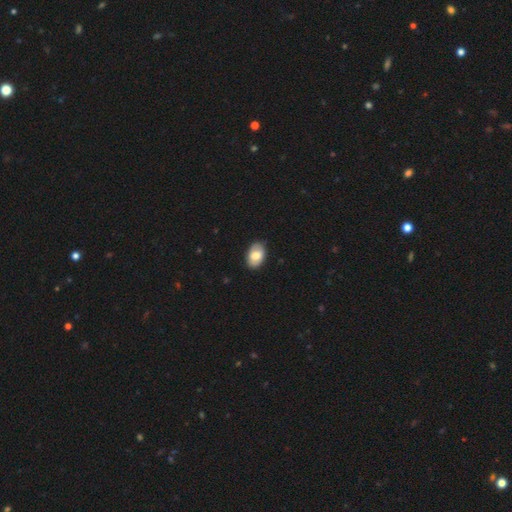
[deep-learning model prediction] Morphology: type=smooth (72%); roundness=in between (90%); merging=none (86%).